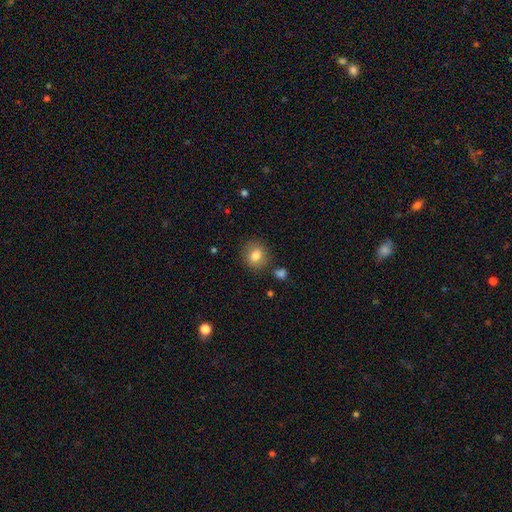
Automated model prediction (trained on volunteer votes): Smooth or featured: smooth — 82% (star or artifact — 10%)
How rounded: round — 78% (in between — 21%)
Merging: none — 84% (minor disturbance — 10%)